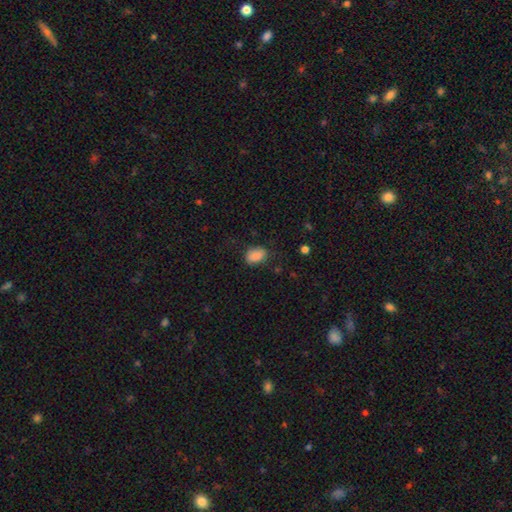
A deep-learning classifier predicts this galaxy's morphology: smooth_or_featured: smooth (p=0.87) [alt: star or artifact p=0.08]
how_rounded: in between (p=0.81) [alt: round p=0.17]
merging: none (p=0.77) [alt: minor disturbance p=0.17]